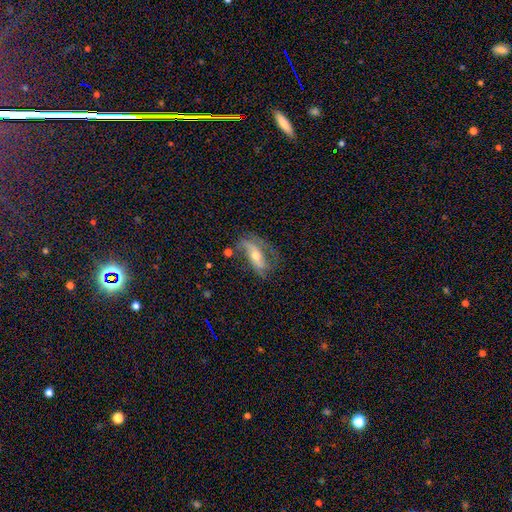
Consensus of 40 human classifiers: Smooth or featured? featured or disk (82%)
Edge-on disk? no (91%)
Bar? no (53%)
Spiral arms? yes (97%)
Spiral winding? loose (69%)
Spiral arm count? 2 (38%)
Bulge size? moderate (63%)
Merging? major disturbance (55%)